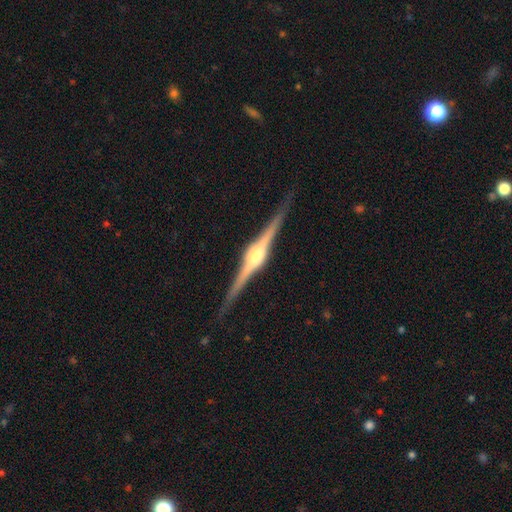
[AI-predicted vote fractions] This appears to be a featured or disk galaxy (88%) viewed edge-on (99%) with a rounded central bulge (90%). Merging: none (90%).